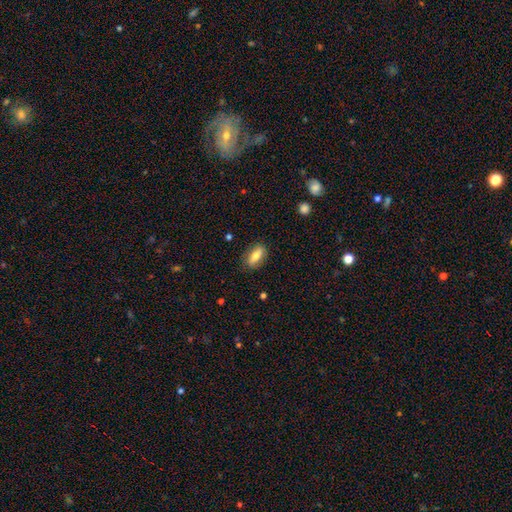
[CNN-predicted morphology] A smooth galaxy with no disk features (65%) that is in between round and cigar-shaped (76%).

Vote fractions:
- Smooth or featured? smooth: 65% / featured or disk: 27% / star or artifact: 7%
- How rounded? in between: 76% / cigar-shaped: 19% / round: 5%
- Merging? none: 83% / minor disturbance: 13% / major disturbance: 3% / merger: 1%